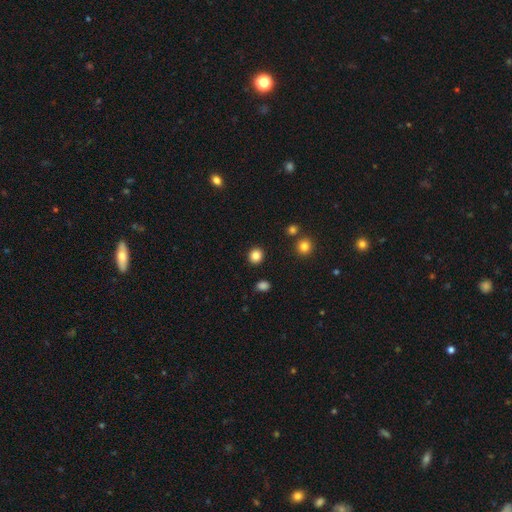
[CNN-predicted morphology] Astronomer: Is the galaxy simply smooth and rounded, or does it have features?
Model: smooth — 85%.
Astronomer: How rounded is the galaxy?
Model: round — 88%.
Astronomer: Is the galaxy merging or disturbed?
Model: none — 91%.